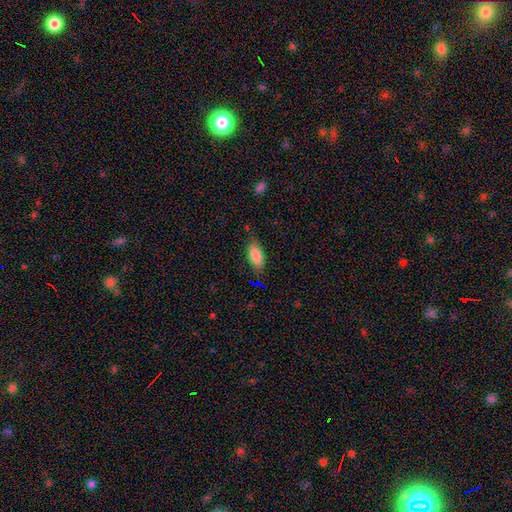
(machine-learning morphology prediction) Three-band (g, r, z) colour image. It shows a smooth galaxy with no disk features (85%) that is in between round and cigar-shaped (87%). Merging: none (75%).